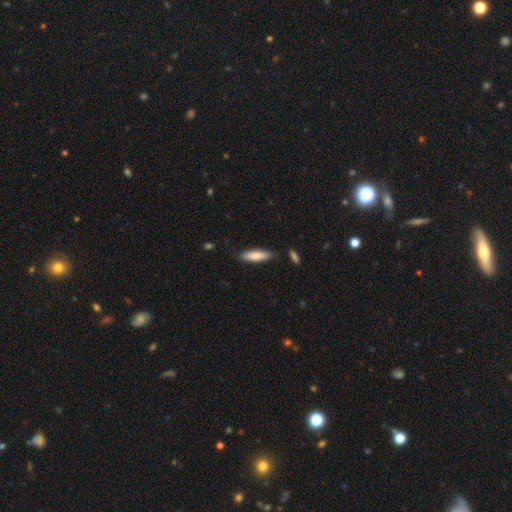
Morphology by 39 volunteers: Volunteers were most divided on "how rounded" (2-way tie): in between: 50%, cigar-shaped: 50%, round: 0%. More confident: merging — none (84%); smooth or featured — smooth (82%).